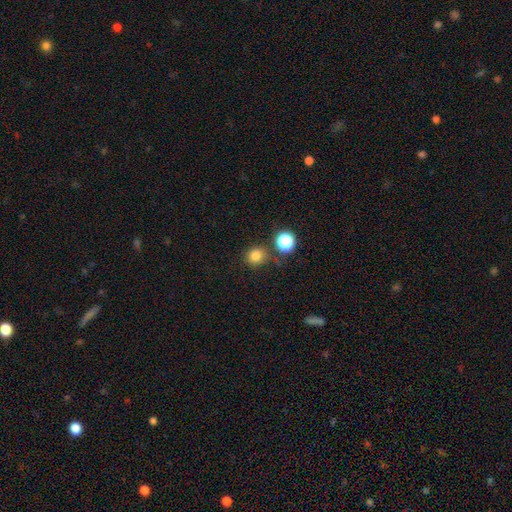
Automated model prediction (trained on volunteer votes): Smooth or featured?
  - smooth: 79% *
  - star or artifact: 16%
  - featured or disk: 6%
How rounded?
  - round: 88% *
  - in between: 12%
  - cigar-shaped: 1%
Merging?
  - none: 80% *
  - minor disturbance: 10%
  - merger: 7%
  - major disturbance: 3%